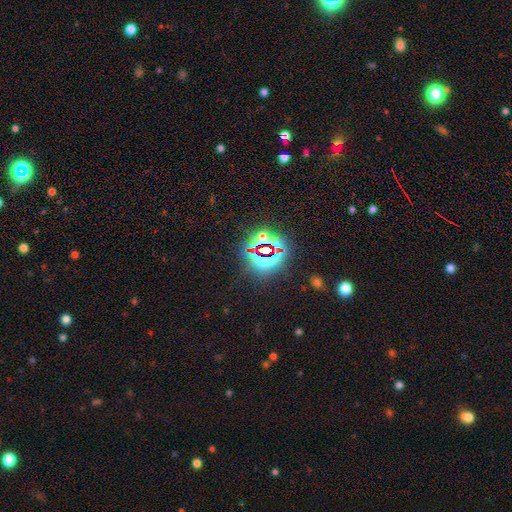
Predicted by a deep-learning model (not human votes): This appears to be a star or artifact, not a galaxy (83%).